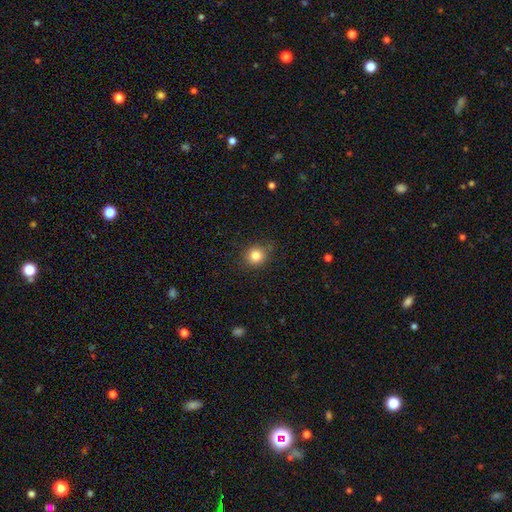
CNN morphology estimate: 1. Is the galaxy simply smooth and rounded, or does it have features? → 83% smooth, 11% star or artifact, 6% featured or disk.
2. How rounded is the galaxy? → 85% round, 14% in between, 1% cigar-shaped.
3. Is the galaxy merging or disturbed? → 83% none, 13% minor disturbance, 3% major disturbance, 1% merger.